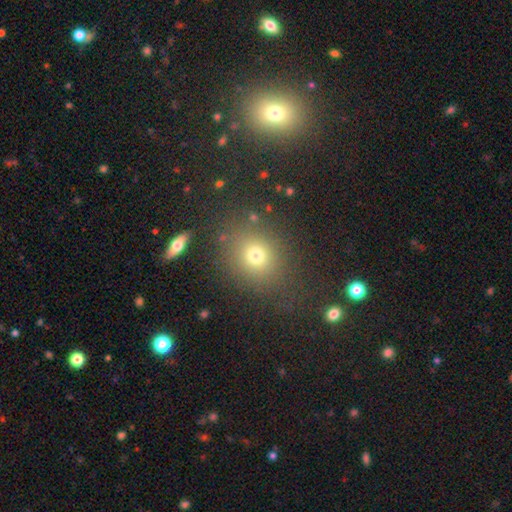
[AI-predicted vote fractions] Smooth or featured? smooth (73%)
How rounded? round (69%)
Merging? none (80%)